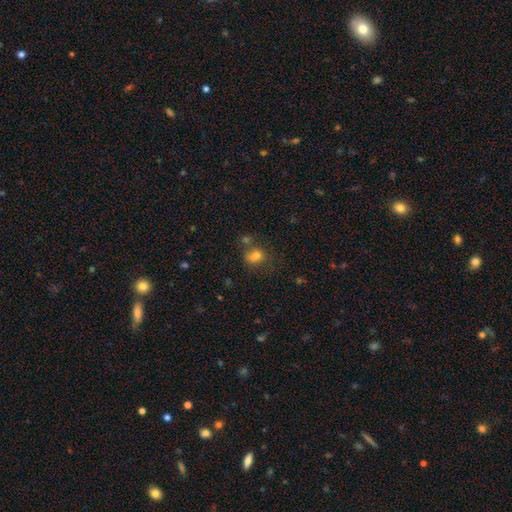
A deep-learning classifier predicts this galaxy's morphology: A smooth galaxy with no disk features (69%) that is round (62%). Merging: none (41%).